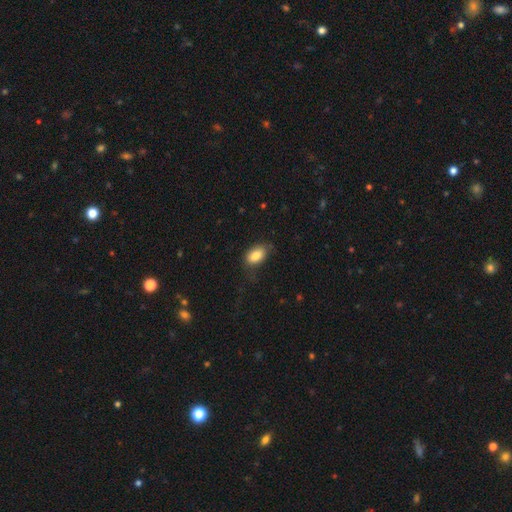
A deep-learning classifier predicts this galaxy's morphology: The model was most divided on "merging": none: 67%, minor disturbance: 23%, major disturbance: 8%, merger: 1%. More confident: how rounded — in between (90%); smooth or featured — smooth (84%).